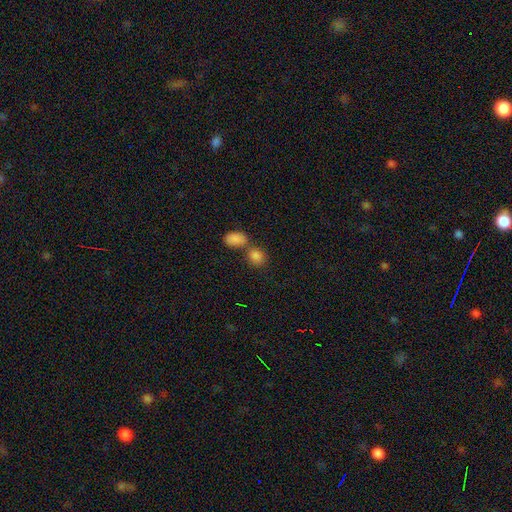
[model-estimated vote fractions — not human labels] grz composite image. It shows a smooth galaxy with no disk features (84%) that is round (56%). Merging: none (46%).